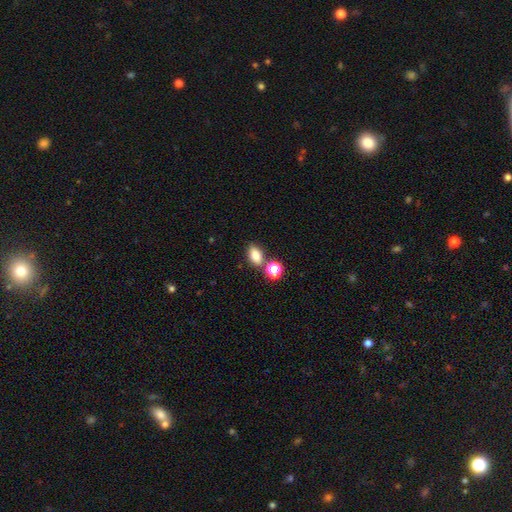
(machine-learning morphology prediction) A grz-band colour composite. It shows a smooth galaxy with no disk features (79%) that is in between round and cigar-shaped (80%). Merging: none (66%).